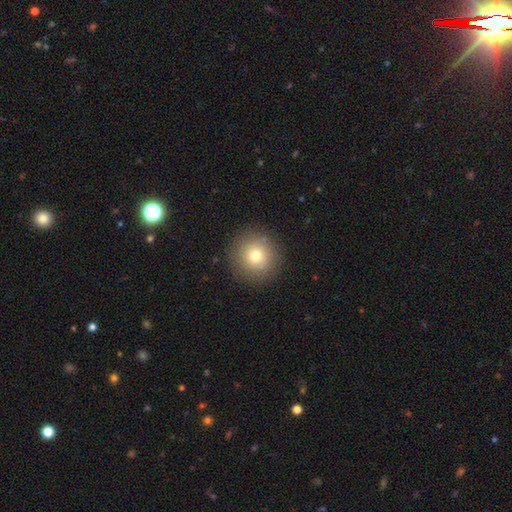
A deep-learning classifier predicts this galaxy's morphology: Q: Smooth or featured?
A: smooth (76%); runner-up: star or artifact (12%)
Q: How rounded?
A: round (95%); runner-up: in between (4%)
Q: Merging?
A: none (89%); runner-up: minor disturbance (7%)